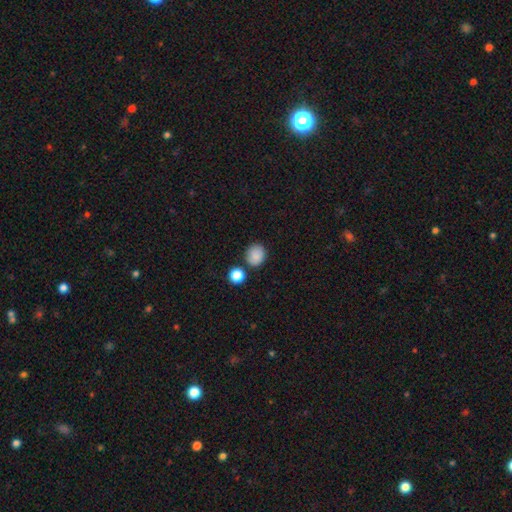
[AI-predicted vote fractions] Smooth or featured: smooth — 85% (star or artifact — 10%)
How rounded: round — 74% (in between — 26%)
Merging: none — 78% (minor disturbance — 12%)